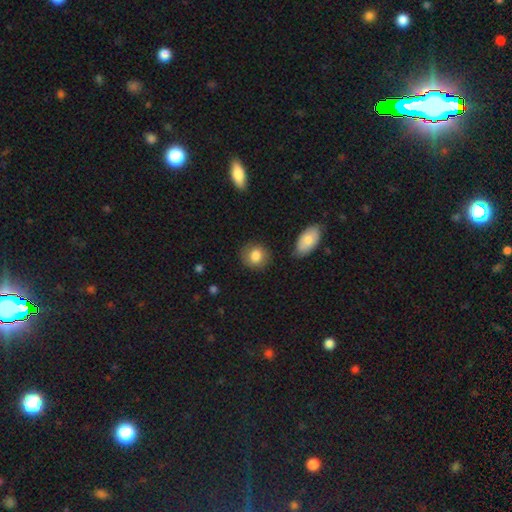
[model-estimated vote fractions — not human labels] This is clearly a smooth galaxy (82%). How rounded: likely round (76%). Merging: clearly none (80%).